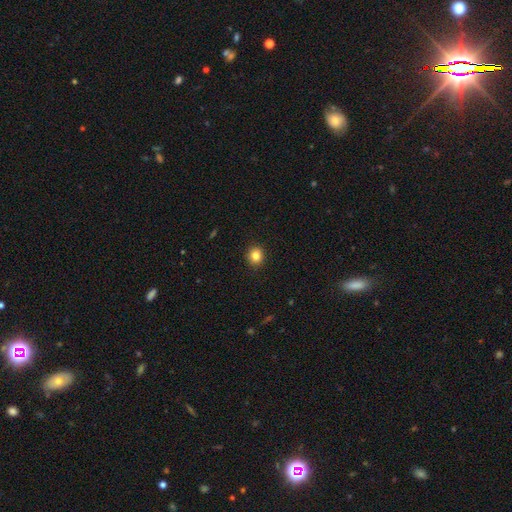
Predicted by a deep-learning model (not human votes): Smooth or featured: smooth — 83% (star or artifact — 11%)
How rounded: round — 86% (in between — 13%)
Merging: none — 92% (minor disturbance — 6%)